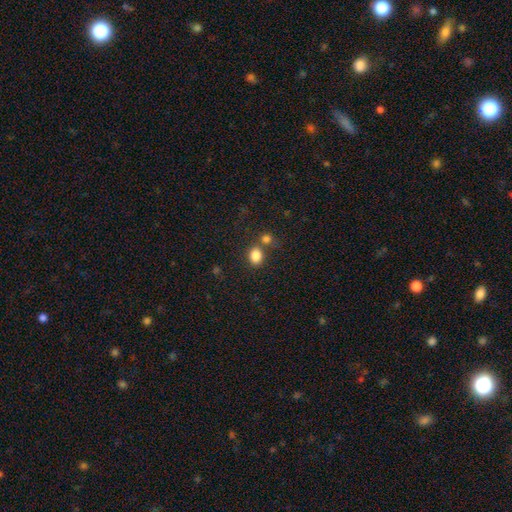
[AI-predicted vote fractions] A smooth galaxy with no disk features (84%) that is in between round and cigar-shaped (56%). Merging: none (62%).